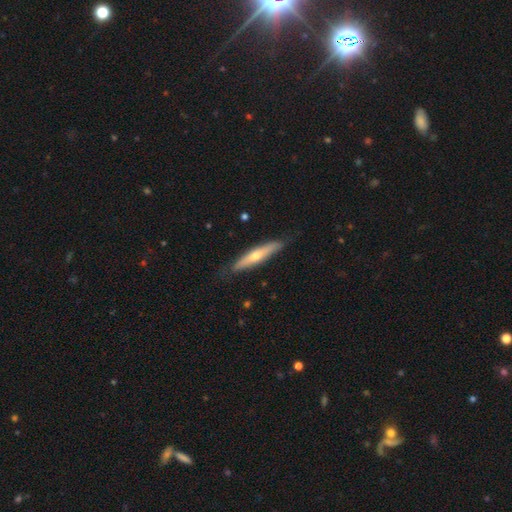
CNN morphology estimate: Smooth or featured: featured or disk — 48% (smooth — 47%)
Merging: none — 84% (minor disturbance — 13%)